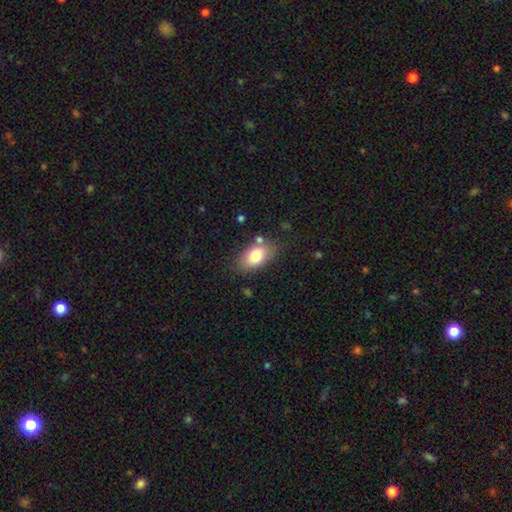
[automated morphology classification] The model was most divided on "merging": none: 75%, minor disturbance: 15%, merger: 6%, major disturbance: 4%. More confident: how rounded — in between (91%); smooth or featured — smooth (80%).